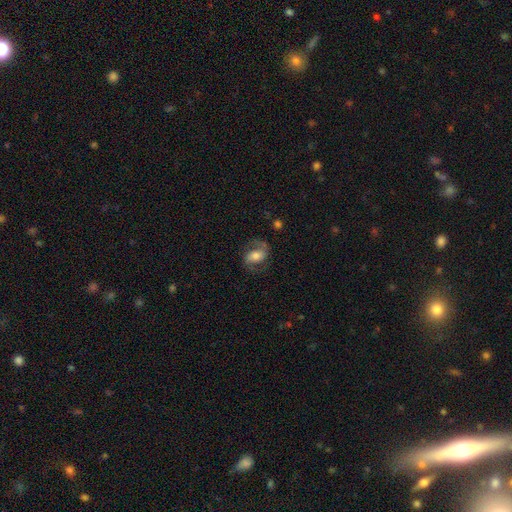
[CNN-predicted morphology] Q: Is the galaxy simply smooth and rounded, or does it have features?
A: featured or disk — 72%.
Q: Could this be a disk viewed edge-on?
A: no — 97%.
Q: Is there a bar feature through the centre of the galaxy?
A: weak — 39%.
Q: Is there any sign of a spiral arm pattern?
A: yes — 92%.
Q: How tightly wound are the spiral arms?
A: medium — 53%.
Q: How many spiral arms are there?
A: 2 — 90%.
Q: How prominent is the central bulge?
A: moderate — 53%.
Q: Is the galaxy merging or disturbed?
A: none — 72%.